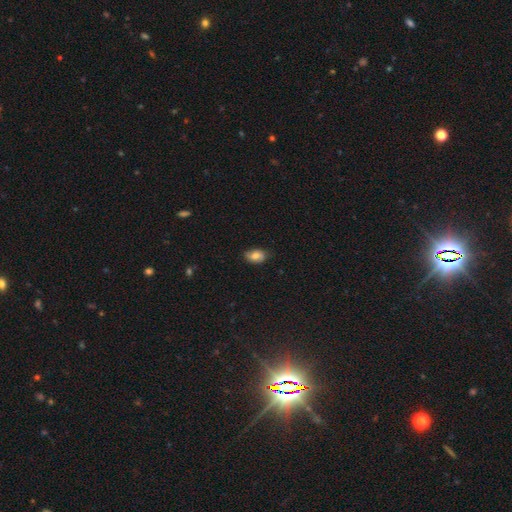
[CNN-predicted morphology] This appears to be a smooth galaxy with no disk features (69%) that is in between round and cigar-shaped (85%). Merging: none (76%).